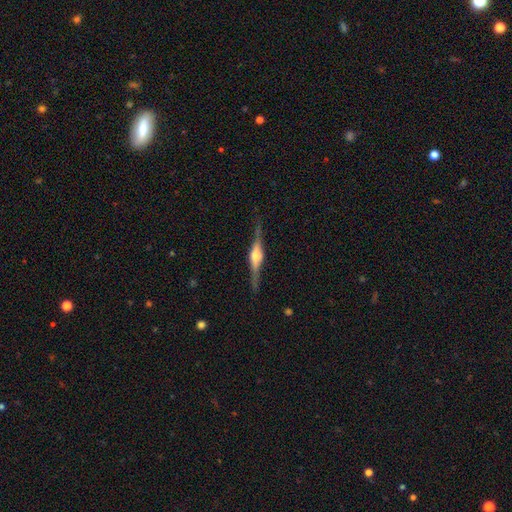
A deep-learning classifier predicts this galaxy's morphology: The model was most divided on "smooth or featured": featured or disk: 82%, smooth: 12%, star or artifact: 6%. More confident: edge-on disk — yes (98%); merging — none (86%); edge-on bulge — rounded (85%).